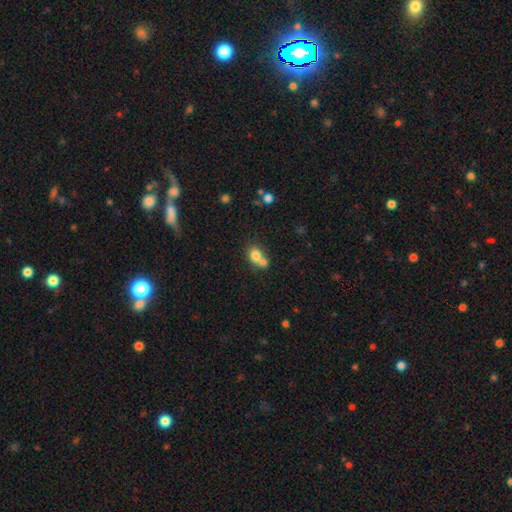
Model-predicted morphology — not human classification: type=smooth (76%); roundness=round (58%); merging=merger (59%).